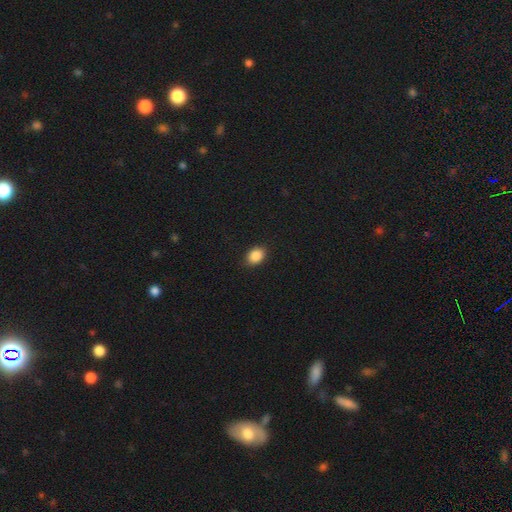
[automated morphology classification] smooth_or_featured: smooth (p=0.88) [alt: star or artifact p=0.08]
how_rounded: in between (p=0.72) [alt: round p=0.27]
merging: none (p=0.89) [alt: minor disturbance p=0.08]